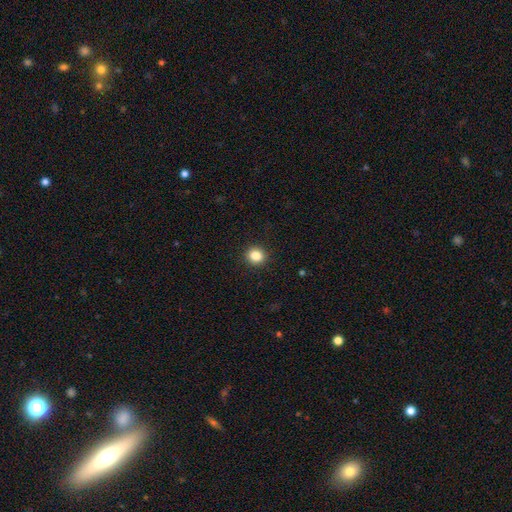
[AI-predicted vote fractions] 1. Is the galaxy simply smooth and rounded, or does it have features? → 85% smooth, 10% star or artifact, 5% featured or disk.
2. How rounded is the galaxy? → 89% round, 10% in between, 1% cigar-shaped.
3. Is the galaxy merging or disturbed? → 92% none, 5% minor disturbance, 2% major disturbance, 1% merger.